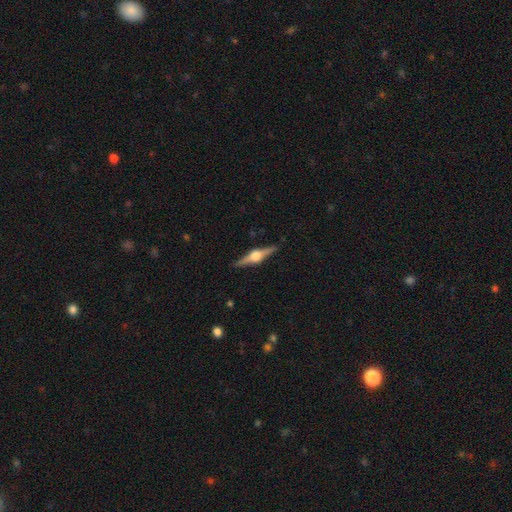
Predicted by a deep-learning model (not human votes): The model was most divided on "smooth or featured": featured or disk: 83%, smooth: 11%, star or artifact: 6%. More confident: edge-on disk — yes (98%); edge-on bulge — rounded (94%); merging — none (91%).